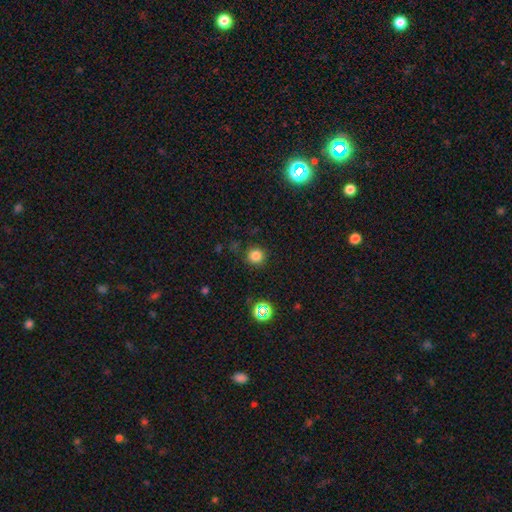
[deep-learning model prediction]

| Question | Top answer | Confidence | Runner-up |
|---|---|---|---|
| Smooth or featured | smooth | 79% | star or artifact (16%) |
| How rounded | round | 94% | in between (5%) |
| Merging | none | 87% | minor disturbance (9%) |